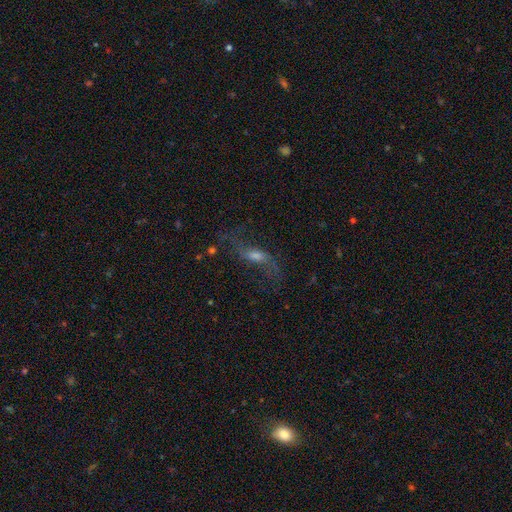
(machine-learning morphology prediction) The model was most divided on "bar": weak: 42%, no: 40%, strong: 18%. Remaining: spiral arms — yes (83%); edge-on disk — no (79%); smooth or featured — featured or disk (64%); merging — none (59%); bulge size — moderate (46%).